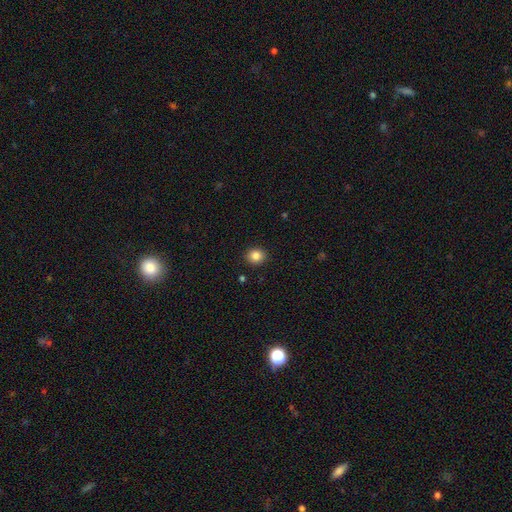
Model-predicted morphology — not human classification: smooth_or_featured: smooth (p=0.85) [alt: star or artifact p=0.10]
how_rounded: round (p=0.76) [alt: in between p=0.23]
merging: none (p=0.91) [alt: minor disturbance p=0.06]